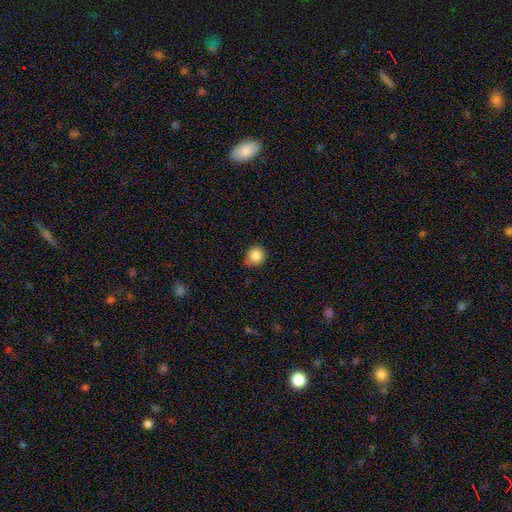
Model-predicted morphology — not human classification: type=smooth (86%); roundness=round (91%); merging=none (76%).